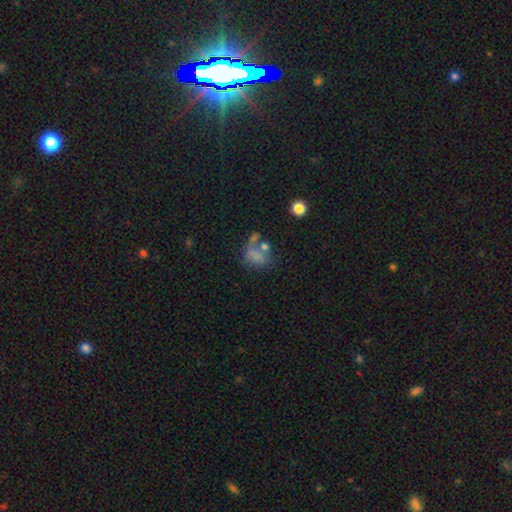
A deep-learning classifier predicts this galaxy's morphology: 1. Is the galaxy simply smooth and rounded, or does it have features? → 60% smooth, 24% featured or disk, 15% star or artifact.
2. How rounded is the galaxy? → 64% in between, 34% round, 2% cigar-shaped.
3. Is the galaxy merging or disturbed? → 29% none, 28% merger, 26% major disturbance, 18% minor disturbance.